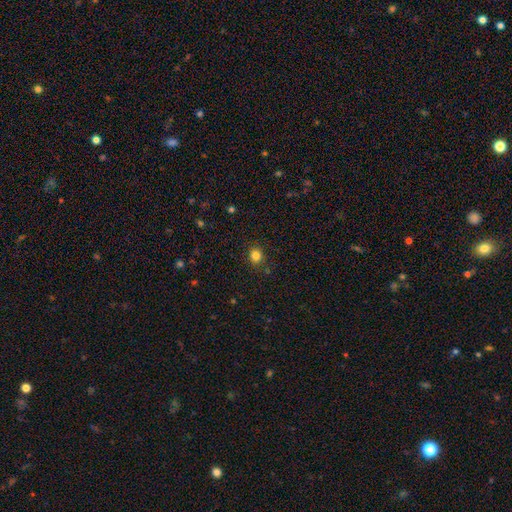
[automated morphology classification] Overall: smooth (82%). How rounded: round (75%). Merging: none (86%).